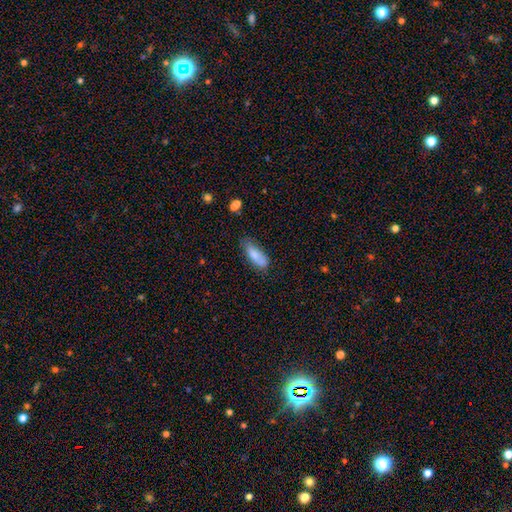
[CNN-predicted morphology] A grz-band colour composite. It shows a smooth galaxy with no disk features (79%) that is in between round and cigar-shaped (71%). Merging: none (56%).